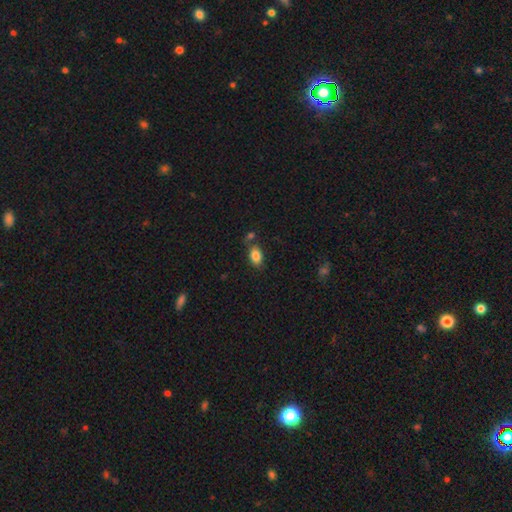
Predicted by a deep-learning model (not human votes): Overall: smooth (84%). How rounded: in between (87%). Merging: none (69%).